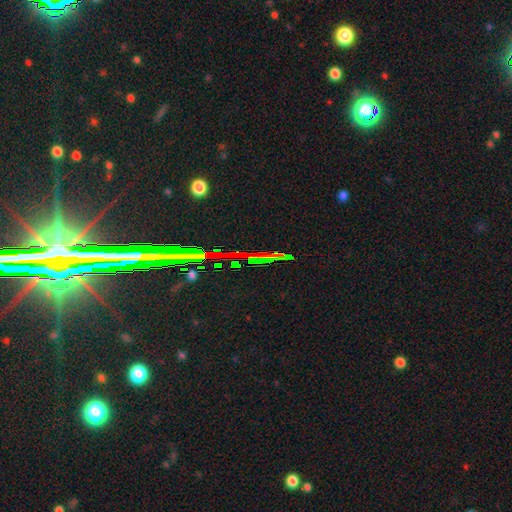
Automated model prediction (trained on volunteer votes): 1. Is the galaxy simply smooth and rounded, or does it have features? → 80% star or artifact, 11% featured or disk, 9% smooth.